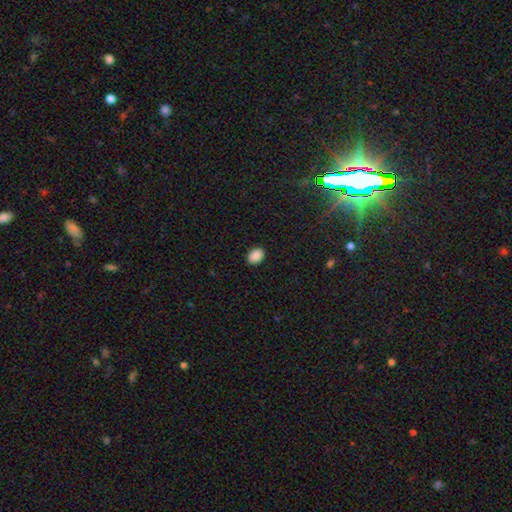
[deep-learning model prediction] Smooth or featured: smooth — 89% (star or artifact — 8%)
How rounded: in between — 73% (round — 26%)
Merging: none — 90% (minor disturbance — 8%)